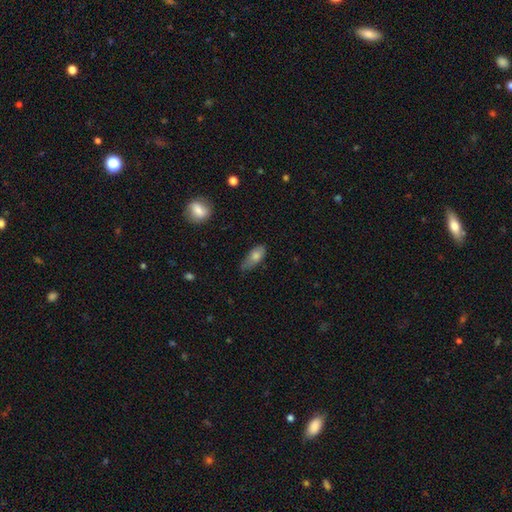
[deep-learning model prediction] Smooth or featured: smooth — 70% (featured or disk — 22%)
How rounded: in between — 74% (cigar-shaped — 21%)
Merging: none — 50% (minor disturbance — 37%)